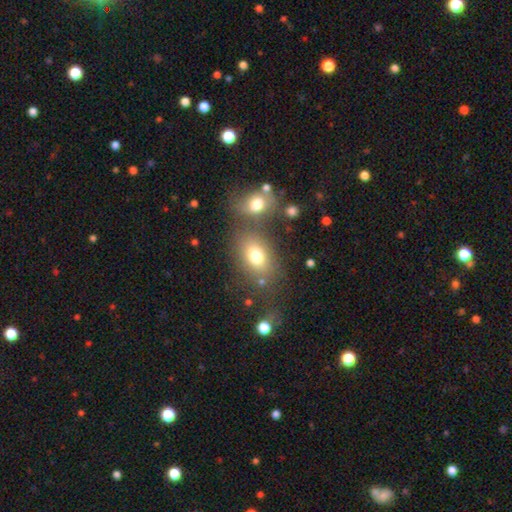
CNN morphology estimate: Overall: smooth (75%). How rounded: in between (71%). Merging: none (59%; merger 24%).